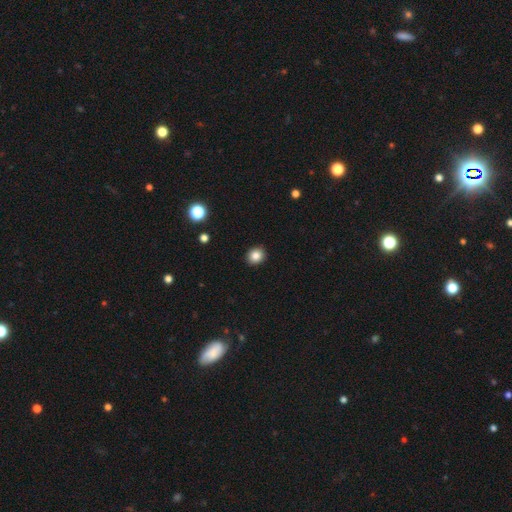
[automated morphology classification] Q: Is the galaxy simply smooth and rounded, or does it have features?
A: smooth — 85%.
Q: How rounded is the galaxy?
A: round — 74%.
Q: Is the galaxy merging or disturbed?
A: none — 91%.